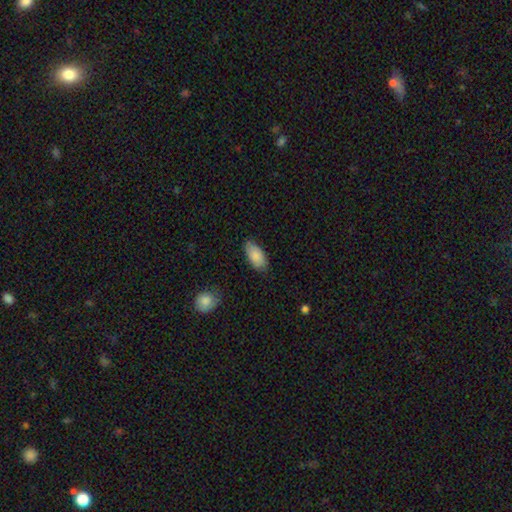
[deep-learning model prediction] smooth-or-featured: smooth: 87% | featured or disk: 7% | star or artifact: 6%
  how-rounded: in between: 92% | cigar-shaped: 6% | round: 2%
  merging: none: 80% | minor disturbance: 16% | major disturbance: 3% | merger: 1%